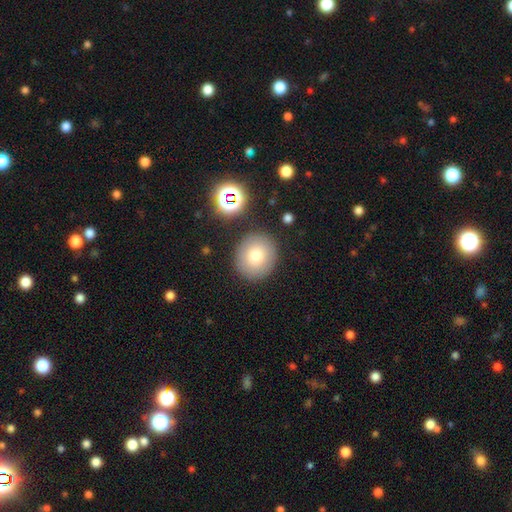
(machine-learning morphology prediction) The model was most divided on "smooth or featured": smooth: 76%, featured or disk: 12%, star or artifact: 11%. More confident: merging — none (85%); how rounded — round (84%).